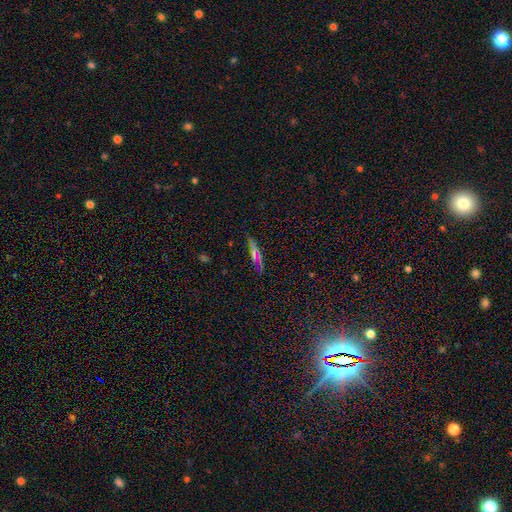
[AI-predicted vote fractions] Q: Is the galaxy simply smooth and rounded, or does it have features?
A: smooth — 57%.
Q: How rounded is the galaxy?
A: cigar-shaped — 75%.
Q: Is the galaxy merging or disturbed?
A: none — 83%.